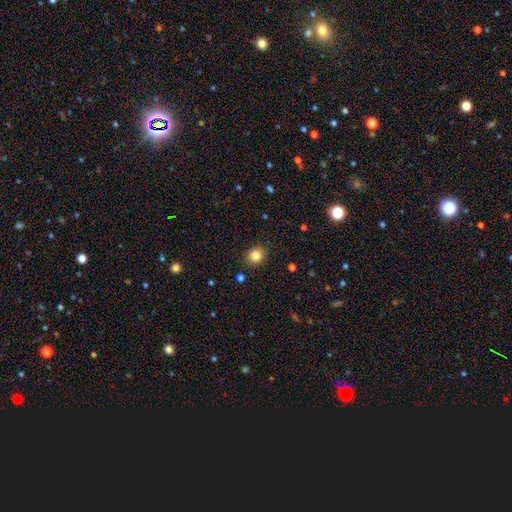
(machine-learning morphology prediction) Smooth or featured: smooth — 84% (star or artifact — 11%)
How rounded: round — 76% (in between — 23%)
Merging: none — 89% (minor disturbance — 8%)